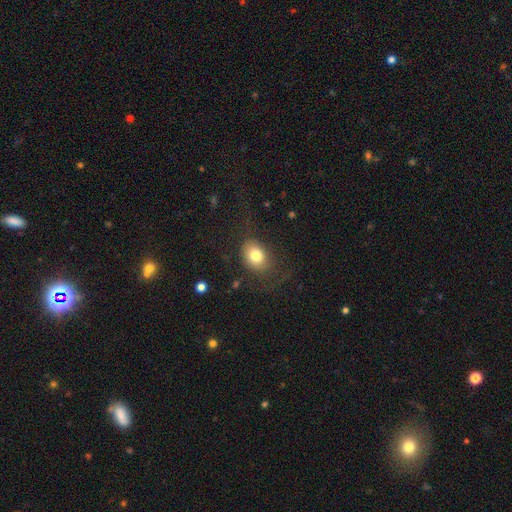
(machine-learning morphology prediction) type=smooth (76%); roundness=in between (62%); merging=none (69%).